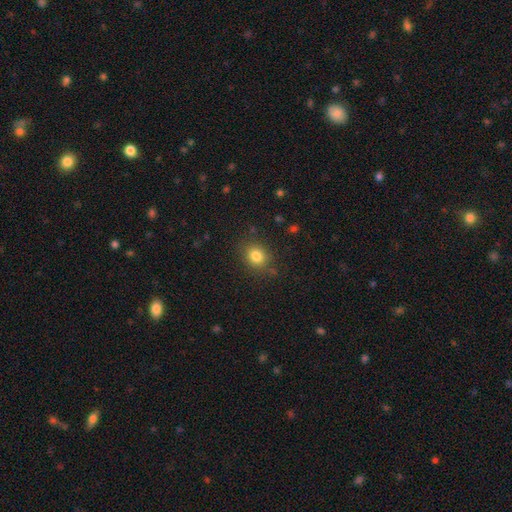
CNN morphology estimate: smooth-or-featured: smooth: 81% | star or artifact: 12% | featured or disk: 7%
  how-rounded: round: 68% | in between: 32% | cigar-shaped: 1%
  merging: none: 83% | minor disturbance: 11% | major disturbance: 4% | merger: 2%